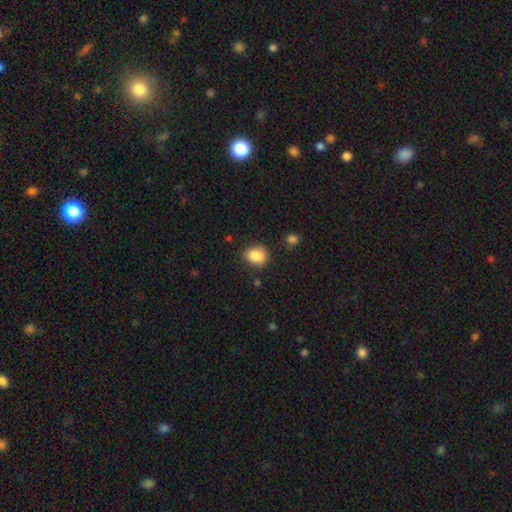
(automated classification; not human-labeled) The model was most divided on "how rounded": round: 62%, in between: 37%, cigar-shaped: 1%. More confident: smooth or featured — smooth (86%); merging — none (81%).